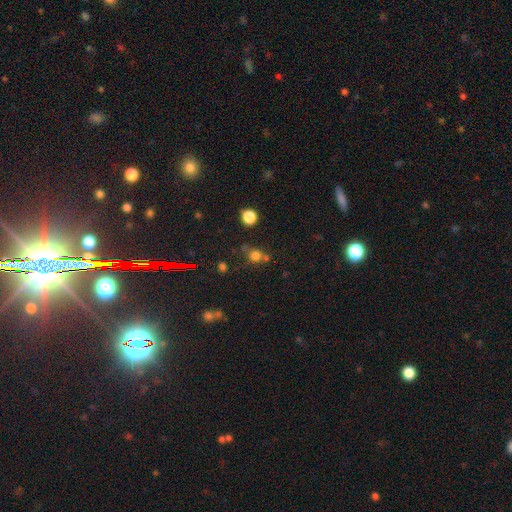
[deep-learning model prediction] smooth-or-featured: smooth: 67% | star or artifact: 23% | featured or disk: 9%
  how-rounded: round: 85% | in between: 14% | cigar-shaped: 1%
  merging: none: 59% | merger: 21% | minor disturbance: 13% | major disturbance: 7%